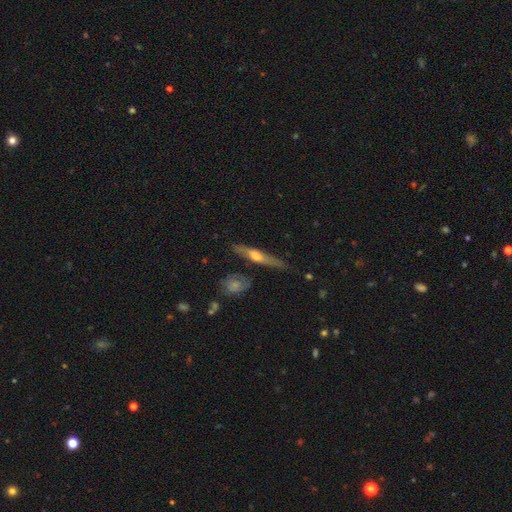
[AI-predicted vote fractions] Morphology: type=featured or disk (59%); edge-on=yes (90%); edge-on bulge=rounded (84%); merging=none (75%).